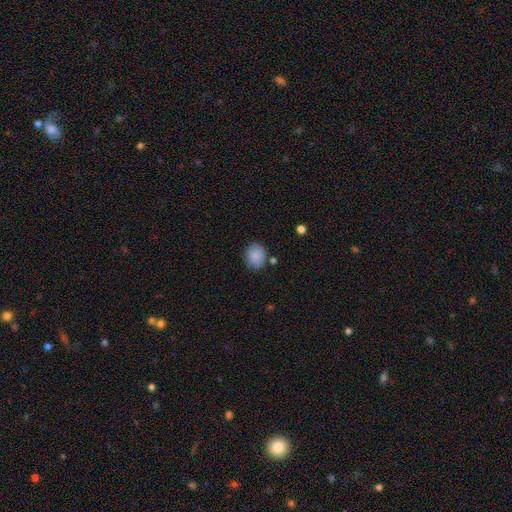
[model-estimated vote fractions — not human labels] A smooth galaxy with no disk features (86%) that is round (57%).

Vote fractions:
- Smooth or featured? smooth: 86% / star or artifact: 8% / featured or disk: 6%
- How rounded? round: 57% / in between: 42% / cigar-shaped: 1%
- Merging? none: 78% / minor disturbance: 15% / merger: 4% / major disturbance: 3%